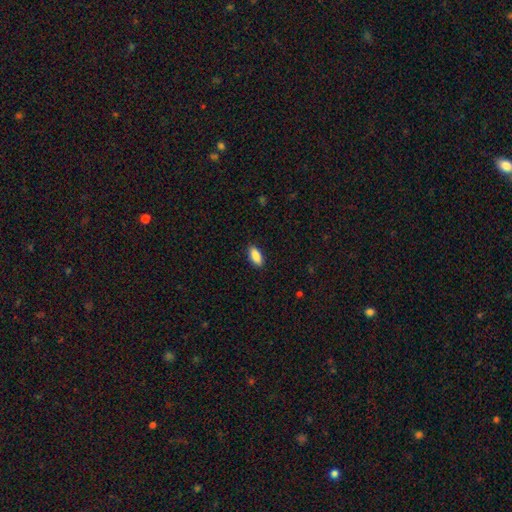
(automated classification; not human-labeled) Smooth or featured? Predicted: smooth (p=0.89). How rounded? Predicted: in between (p=0.87). Merging? Predicted: none (p=0.88).